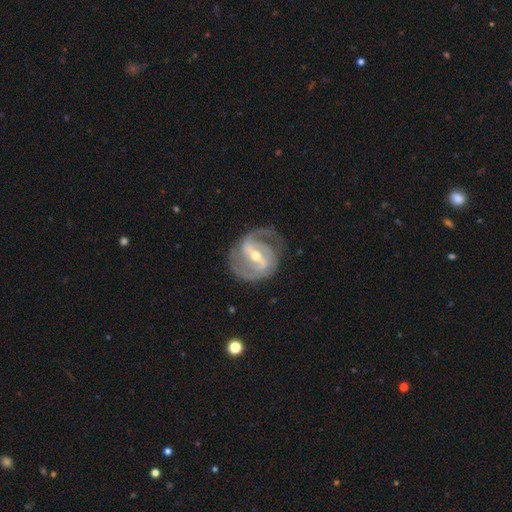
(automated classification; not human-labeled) Morphology: type=featured or disk (91%); edge-on=no (97%); bar=strong (62%); spiral arms=yes (97%); winding=medium (47%); arm count=2 (77%); bulge=moderate (58%); merging=none (72%).